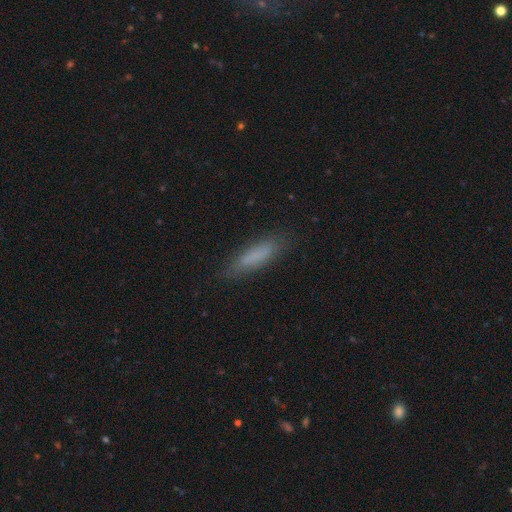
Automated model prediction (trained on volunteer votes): smooth_or_featured: smooth (p=0.78) [alt: featured or disk p=0.14]
how_rounded: cigar-shaped (p=0.72) [alt: in between p=0.26]
merging: none (p=0.83) [alt: minor disturbance p=0.13]